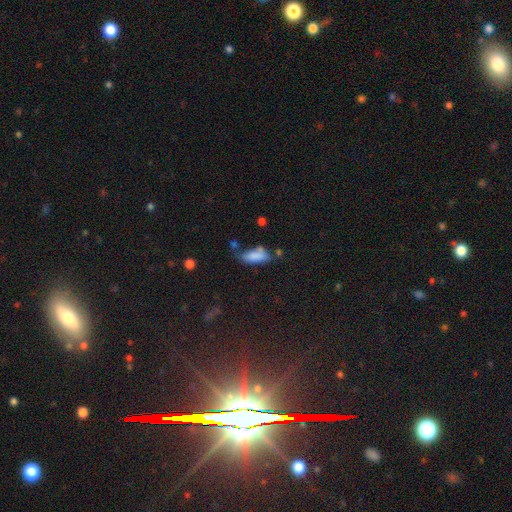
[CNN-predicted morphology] A smooth galaxy with no disk features (80%) that is in between round and cigar-shaped (74%). Merging: none (43%).